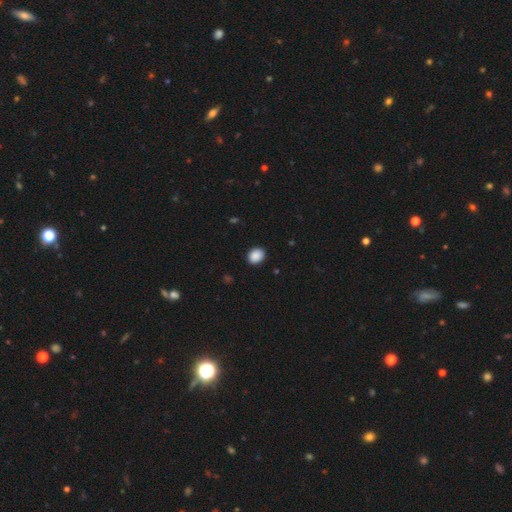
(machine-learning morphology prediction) Q: Smooth or featured?
A: smooth (89%); runner-up: star or artifact (8%)
Q: How rounded?
A: round (50%); runner-up: in between (49%)
Q: Merging?
A: none (90%); runner-up: minor disturbance (7%)